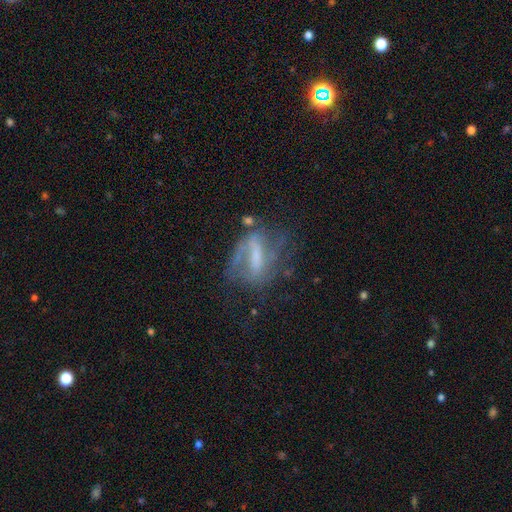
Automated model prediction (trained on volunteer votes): Q: Smooth or featured?
A: featured or disk (70%); runner-up: smooth (20%)
Q: Edge-on disk?
A: no (89%); runner-up: yes (11%)
Q: Bar?
A: strong (54%); runner-up: weak (31%)
Q: Spiral arms?
A: yes (67%); runner-up: no (33%)
Q: Bulge size?
A: none (32%); runner-up: small (31%)
Q: Merging?
A: none (44%); runner-up: major disturbance (28%)